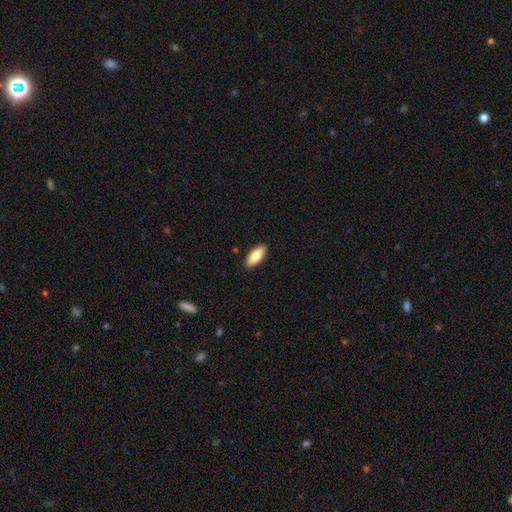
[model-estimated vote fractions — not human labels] Smooth or featured?
  - smooth: 76% *
  - featured or disk: 18%
  - star or artifact: 6%
How rounded?
  - in between: 73% *
  - cigar-shaped: 24%
  - round: 2%
Merging?
  - none: 90% *
  - minor disturbance: 7%
  - major disturbance: 2%
  - merger: 1%